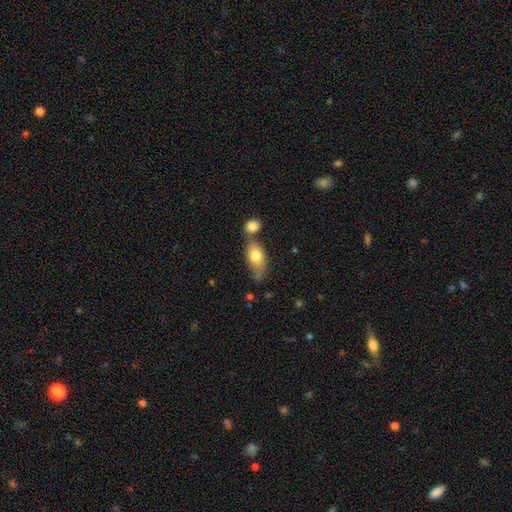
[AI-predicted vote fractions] Morphology: type=smooth (76%); roundness=in between (84%); merging=none (40%).